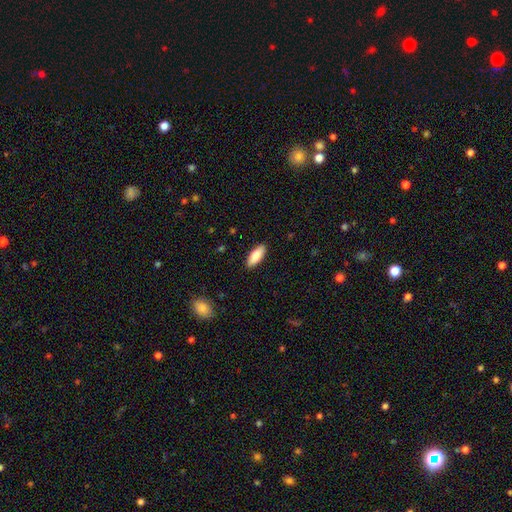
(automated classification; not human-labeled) smooth-or-featured: smooth: 85% | featured or disk: 9% | star or artifact: 6%
  how-rounded: in between: 75% | cigar-shaped: 23% | round: 2%
  merging: none: 90% | minor disturbance: 7% | major disturbance: 2% | merger: 1%